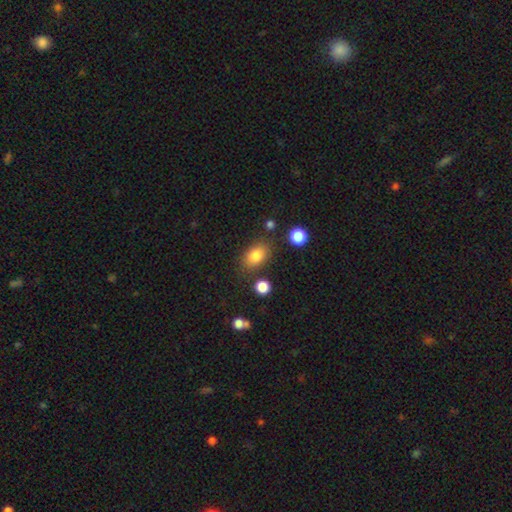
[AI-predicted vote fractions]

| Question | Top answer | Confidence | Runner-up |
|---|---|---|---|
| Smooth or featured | smooth | 83% | star or artifact (9%) |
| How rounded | in between | 82% | round (16%) |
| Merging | none | 77% | minor disturbance (13%) |